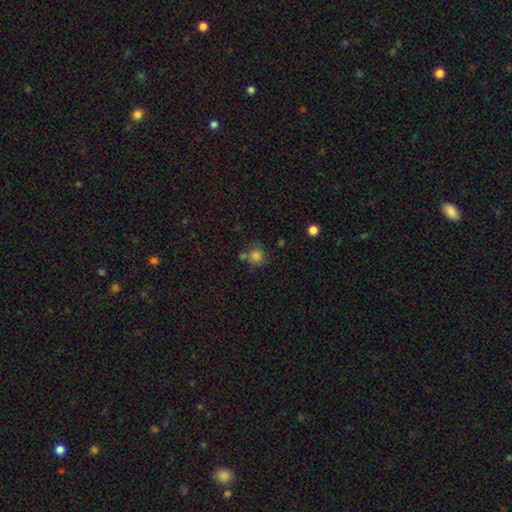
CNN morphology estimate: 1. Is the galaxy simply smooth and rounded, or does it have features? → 80% smooth, 13% star or artifact, 6% featured or disk.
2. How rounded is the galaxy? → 85% round, 14% in between, 1% cigar-shaped.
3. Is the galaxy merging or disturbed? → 59% none, 22% merger, 14% minor disturbance, 5% major disturbance.